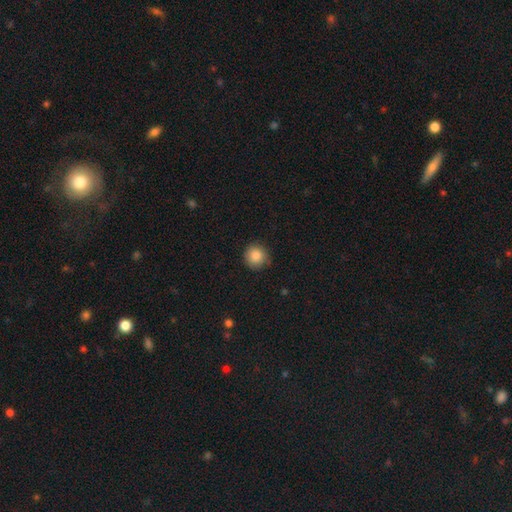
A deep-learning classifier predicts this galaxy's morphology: smooth-or-featured: smooth: 87% | star or artifact: 9% | featured or disk: 4%
  how-rounded: round: 94% | in between: 5% | cigar-shaped: 1%
  merging: none: 86% | minor disturbance: 11% | major disturbance: 2% | merger: 1%